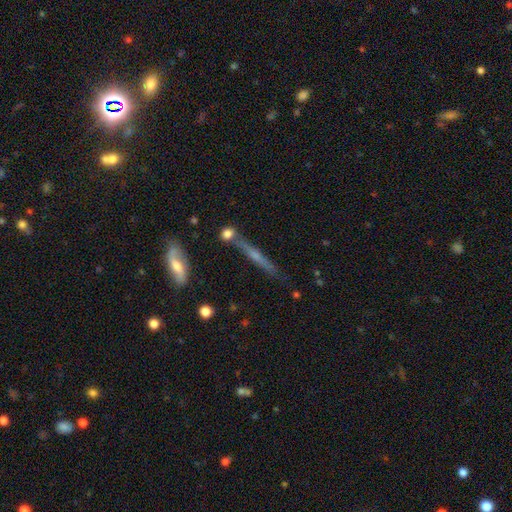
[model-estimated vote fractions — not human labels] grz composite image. It shows a featured or disk galaxy (60%) viewed edge-on (93%) with a rounded central bulge (51%). Merging: none (72%).